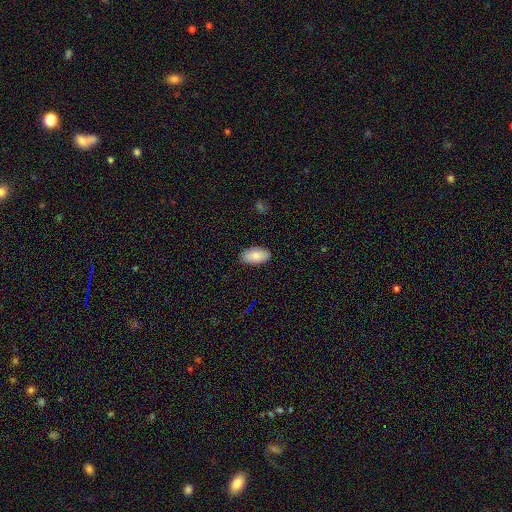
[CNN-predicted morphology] This is clearly a smooth galaxy (84%). How rounded: clearly in between (95%). Merging: clearly none (88%).